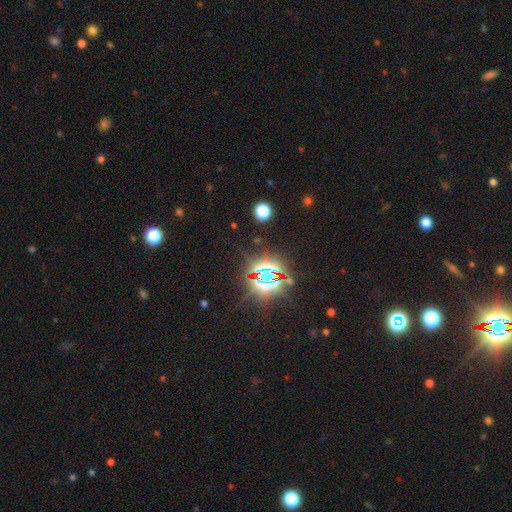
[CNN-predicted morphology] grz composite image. It shows a star or artifact, not a galaxy (83%).